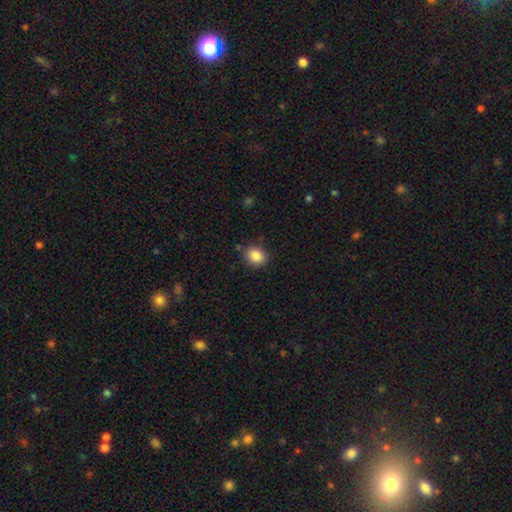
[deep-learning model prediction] smooth_or_featured: smooth (p=0.86) [alt: star or artifact p=0.09]
how_rounded: round (p=0.61) [alt: in between p=0.38]
merging: none (p=0.85) [alt: minor disturbance p=0.10]